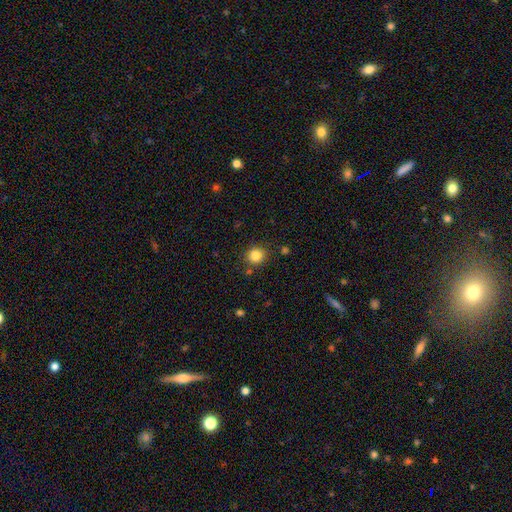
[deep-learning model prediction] The model was most divided on "smooth or featured": smooth: 84%, star or artifact: 11%, featured or disk: 5%. More confident: how rounded — round (87%); merging — none (83%).